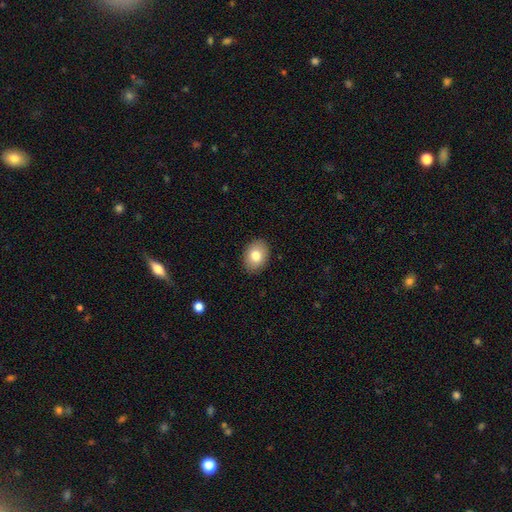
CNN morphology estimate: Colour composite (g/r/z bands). It shows a smooth galaxy with no disk features (80%) that is in between round and cigar-shaped (72%). Merging: none (89%).